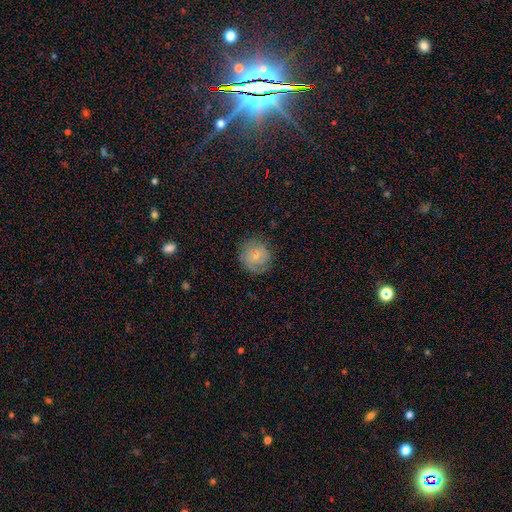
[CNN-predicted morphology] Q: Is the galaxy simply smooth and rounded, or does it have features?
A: smooth — 66%.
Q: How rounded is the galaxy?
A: round — 91%.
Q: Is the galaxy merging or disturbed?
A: none — 79%.